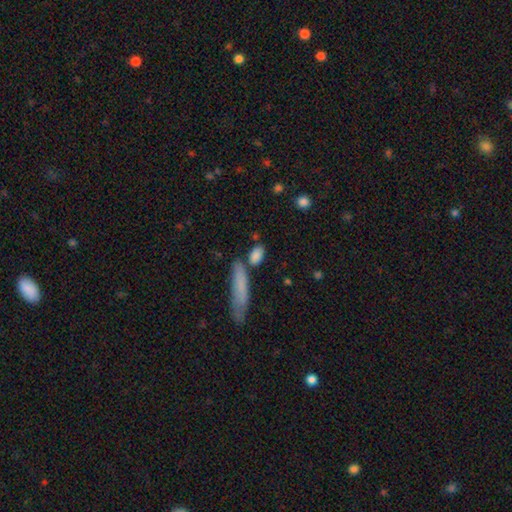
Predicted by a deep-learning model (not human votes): This appears to be a smooth galaxy with no disk features (84%) that is in between round and cigar-shaped (69%). Merging: none (69%).